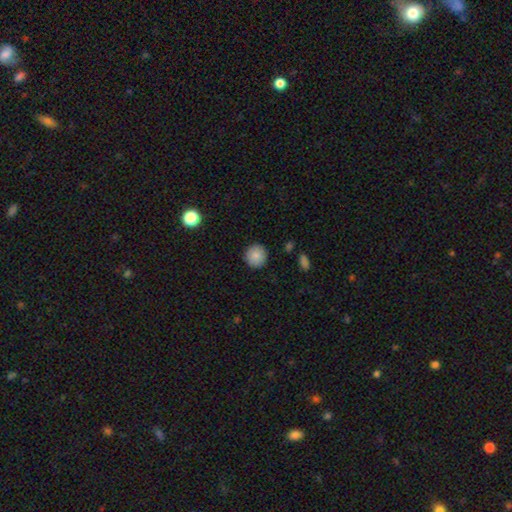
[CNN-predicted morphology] smooth 85%, star or artifact 8%, featured or disk 6%. Down the decision tree: how rounded — round (93%); merging — none (91%).